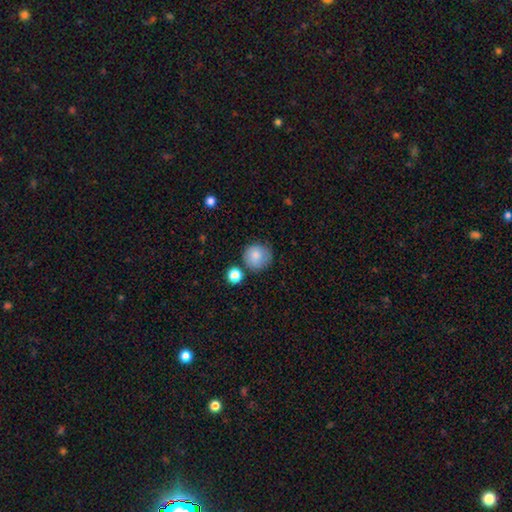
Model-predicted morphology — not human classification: A smooth galaxy with no disk features (83%) that is round (92%). Merging: none (72%).